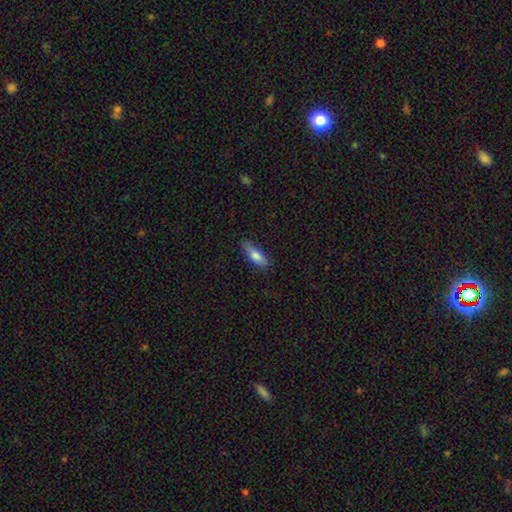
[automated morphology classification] Smooth or featured? smooth (77%)
How rounded? in between (57%)
Merging? none (77%)